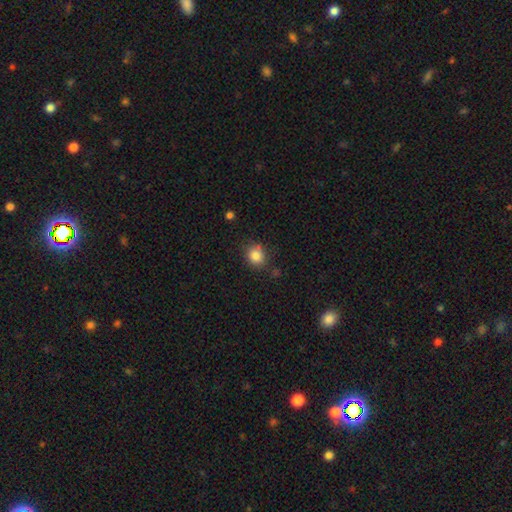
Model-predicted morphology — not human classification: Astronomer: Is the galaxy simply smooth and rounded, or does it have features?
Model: smooth — 84%.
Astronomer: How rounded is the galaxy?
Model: round — 74%.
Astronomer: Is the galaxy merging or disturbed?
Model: none — 77%.